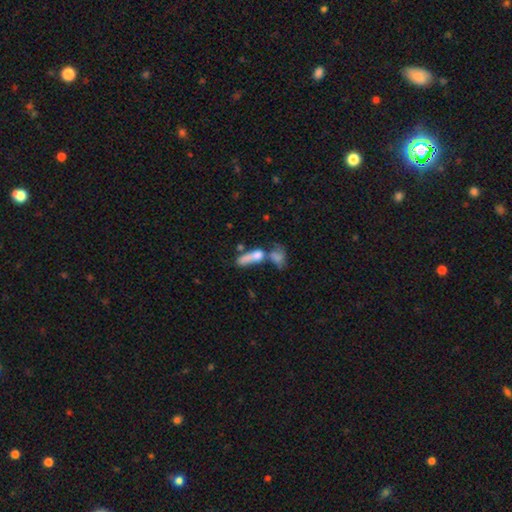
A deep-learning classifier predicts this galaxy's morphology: This appears to be a smooth galaxy with no disk features (62%) that is in between round and cigar-shaped (51%). Merging: merger (56%).